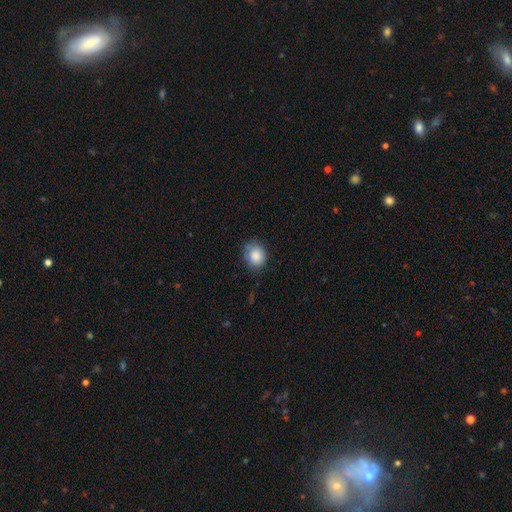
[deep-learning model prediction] This is clearly a smooth galaxy (86%). How rounded: likely round (70%). Merging: likely none (75%).